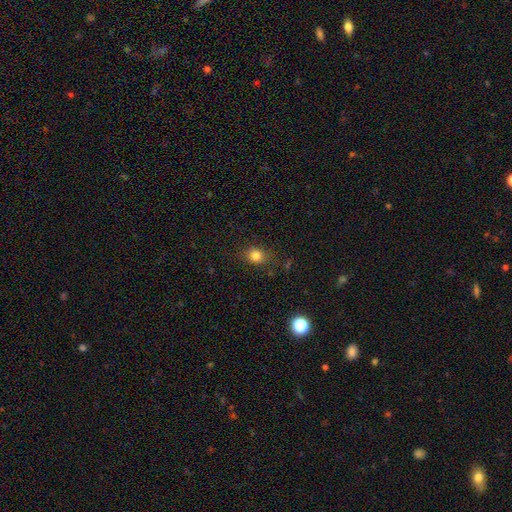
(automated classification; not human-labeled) Smooth or featured?
  - smooth: 82% *
  - star or artifact: 12%
  - featured or disk: 6%
How rounded?
  - round: 64% *
  - in between: 35%
  - cigar-shaped: 1%
Merging?
  - none: 82% *
  - minor disturbance: 12%
  - major disturbance: 4%
  - merger: 1%